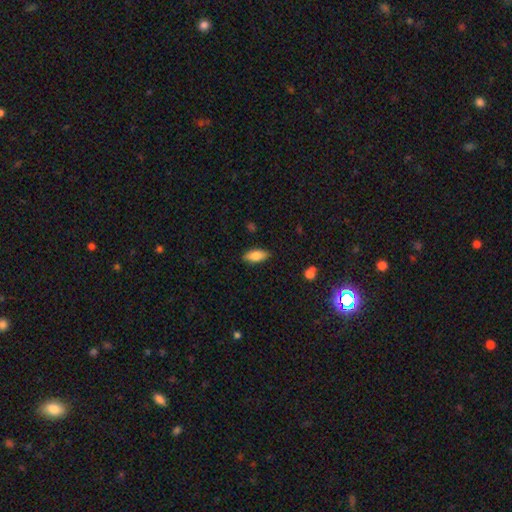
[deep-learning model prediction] Smooth or featured? Predicted: smooth (p=0.78). How rounded? Predicted: in between (p=0.83). Merging? Predicted: none (p=0.86).